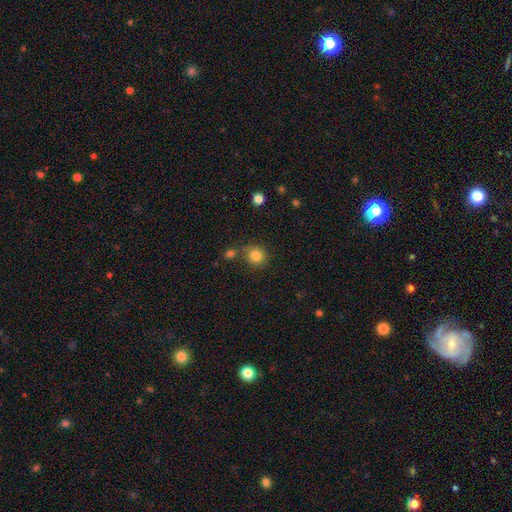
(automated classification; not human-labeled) smooth 83%, star or artifact 11%, featured or disk 5%. Down the decision tree: how rounded — round (87%); merging — none (75%).